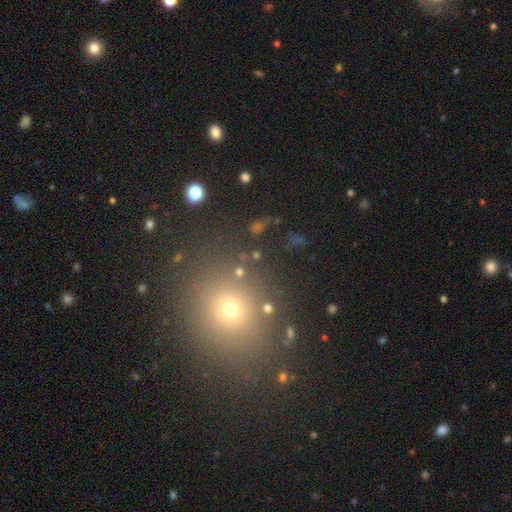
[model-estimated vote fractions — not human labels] Morphology: type=smooth (57%); roundness=round (69%); merging=none (81%).